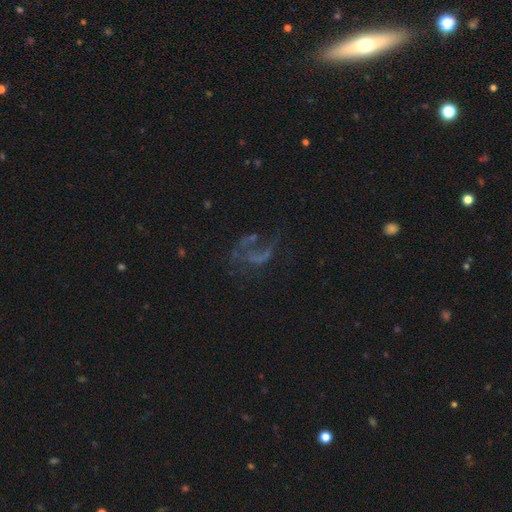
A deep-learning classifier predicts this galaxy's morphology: Smooth or featured? featured or disk (56%)
Edge-on disk? no (97%)
Bar? no (77%)
Spiral arms? no (56%)
Bulge size? none (77%)
Merging? major disturbance (42%)